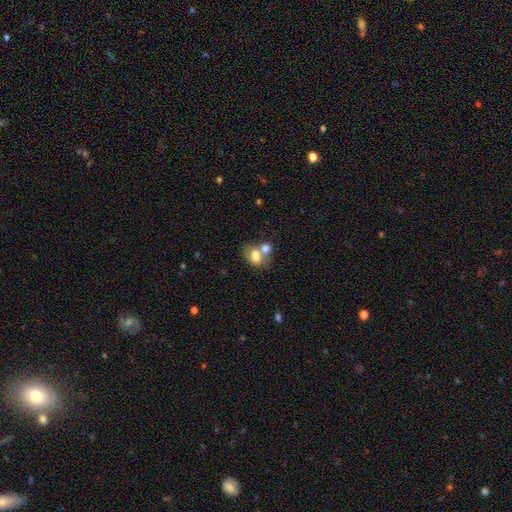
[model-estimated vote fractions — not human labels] This appears to be a smooth galaxy with no disk features (72%) that is in between round and cigar-shaped (69%). Merging: merger (55%).